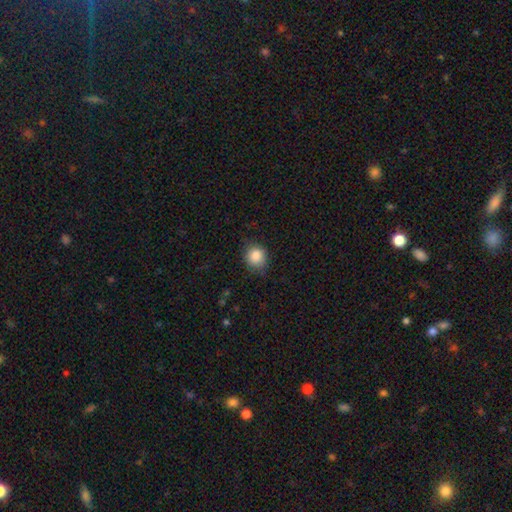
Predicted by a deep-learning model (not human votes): A smooth galaxy with no disk features (86%) that is round (80%). Merging: none (77%).